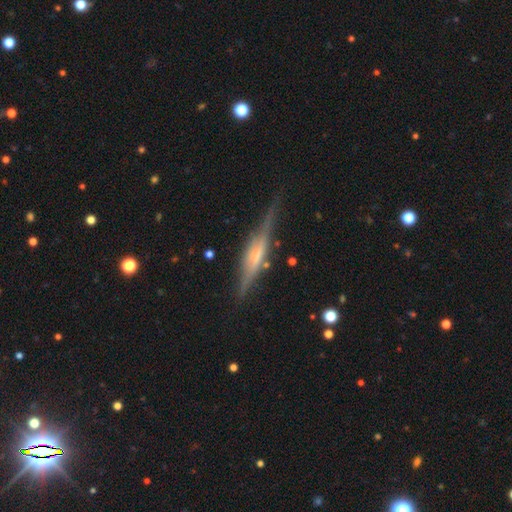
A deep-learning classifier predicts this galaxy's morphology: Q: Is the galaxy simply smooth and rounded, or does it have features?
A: featured or disk — 77%.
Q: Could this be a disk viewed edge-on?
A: yes — 96%.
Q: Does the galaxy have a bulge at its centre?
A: rounded — 46%.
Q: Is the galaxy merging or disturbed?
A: none — 77%.